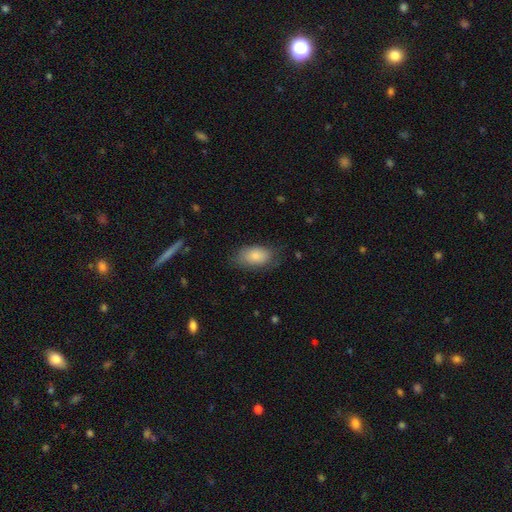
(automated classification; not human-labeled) A smooth galaxy with no disk features (84%) that is in between round and cigar-shaped (92%). Merging: none (73%).